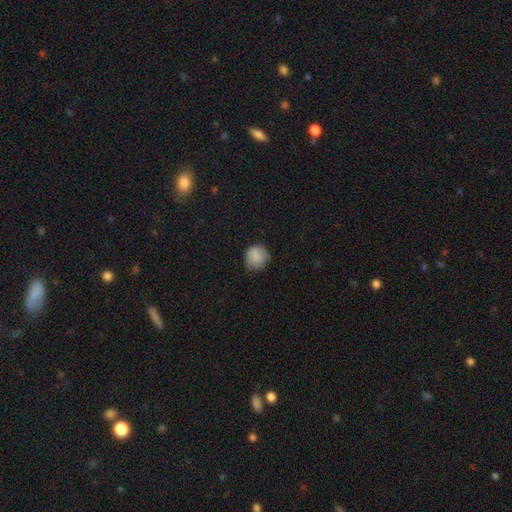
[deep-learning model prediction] Smooth or featured? smooth (85%)
How rounded? round (84%)
Merging? none (69%)